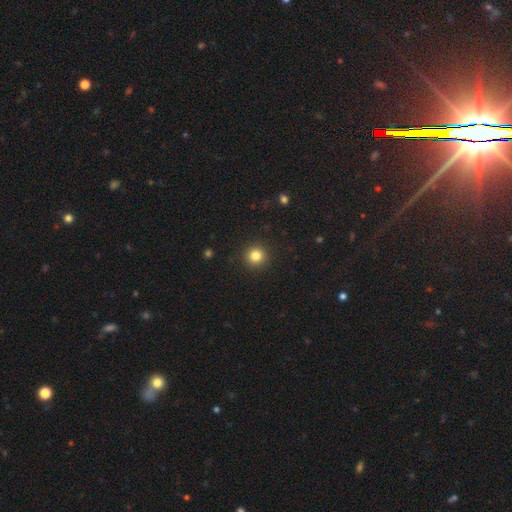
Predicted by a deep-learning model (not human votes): This is clearly a smooth galaxy (83%). How rounded: clearly round (95%). Merging: clearly none (93%).